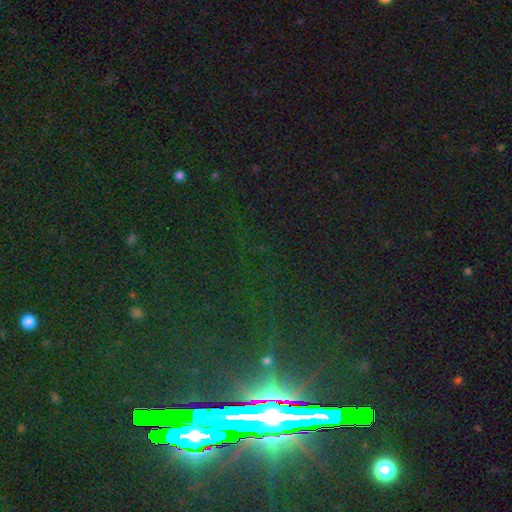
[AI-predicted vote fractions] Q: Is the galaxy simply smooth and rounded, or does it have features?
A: star or artifact — 80%.